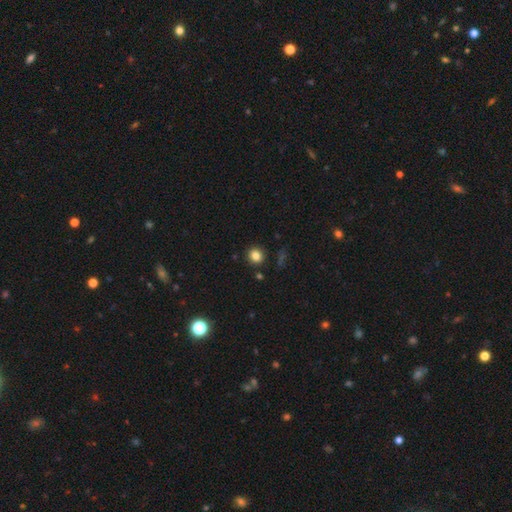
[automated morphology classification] This appears to be a smooth galaxy with no disk features (83%) that is round (85%). Merging: none (89%).